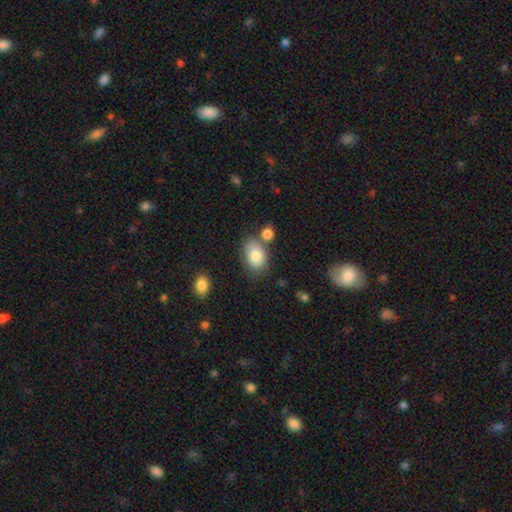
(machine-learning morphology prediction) This is clearly a smooth galaxy (82%). How rounded: clearly in between (85%). Merging: possibly none (59%).